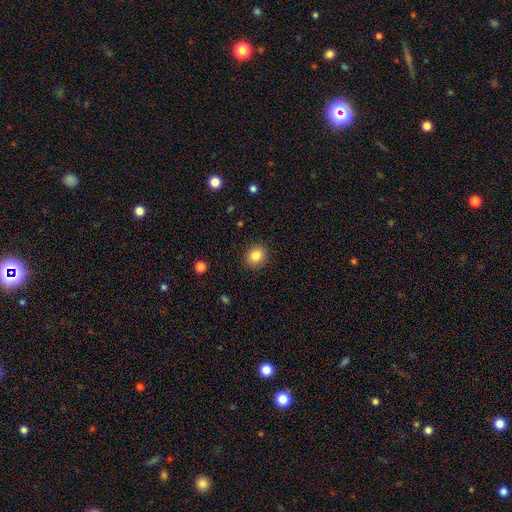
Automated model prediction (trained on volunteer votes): smooth_or_featured: smooth (p=0.83) [alt: star or artifact p=0.10]
how_rounded: round (p=0.74) [alt: in between p=0.25]
merging: none (p=0.89) [alt: minor disturbance p=0.08]